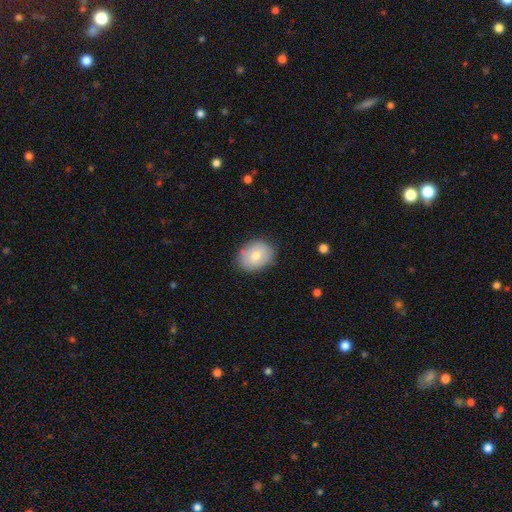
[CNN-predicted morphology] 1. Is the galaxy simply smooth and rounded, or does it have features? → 72% smooth, 20% featured or disk, 8% star or artifact.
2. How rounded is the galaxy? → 62% in between, 37% round, 1% cigar-shaped.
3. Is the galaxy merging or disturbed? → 82% none, 14% minor disturbance, 3% major disturbance, 1% merger.